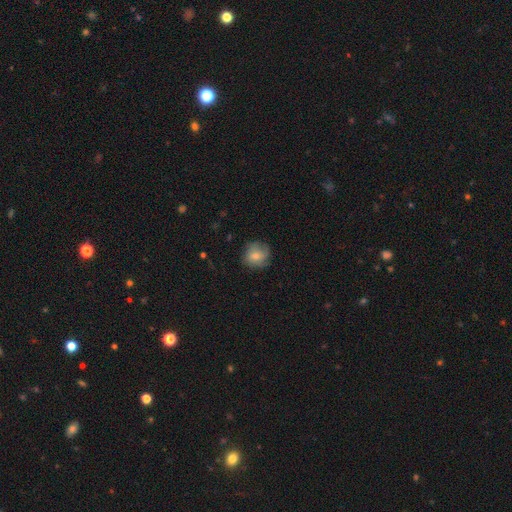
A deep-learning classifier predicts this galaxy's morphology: Smooth or featured? Predicted: smooth (p=0.67). How rounded? Predicted: round (p=0.83). Merging? Predicted: none (p=0.70).